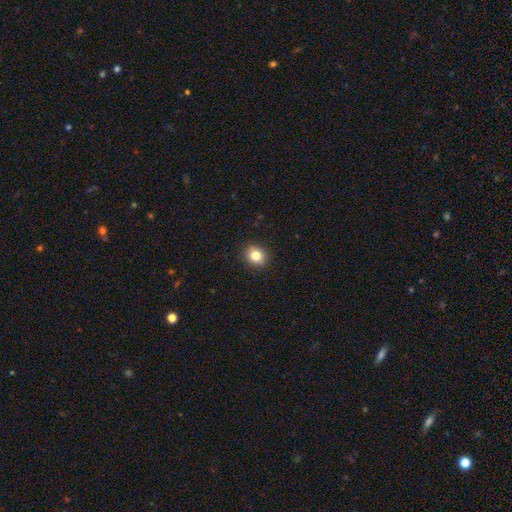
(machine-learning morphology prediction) Q: Smooth or featured?
A: smooth (82%); runner-up: star or artifact (11%)
Q: How rounded?
A: round (75%); runner-up: in between (24%)
Q: Merging?
A: none (91%); runner-up: minor disturbance (6%)